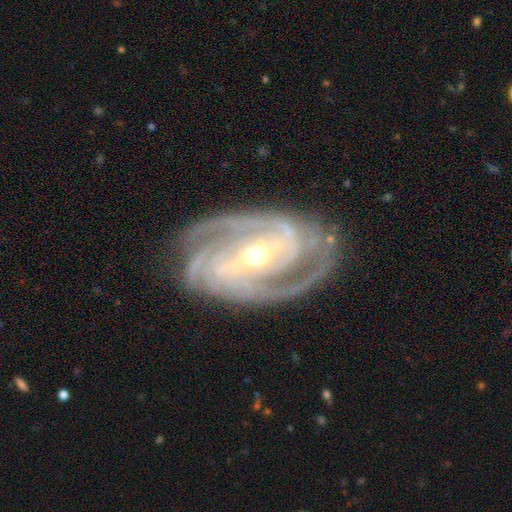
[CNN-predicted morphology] Overall: featured or disk (92%). Edge-on disk: no (96%). Bar: strong (52%; weak 31%). Spiral arms: yes (98%). Spiral arm count: 3 (36%; 2 27%). Spiral winding: tight (63%; medium 33%). Bulge size: small (53%; moderate 44%). Merging: none (79%).